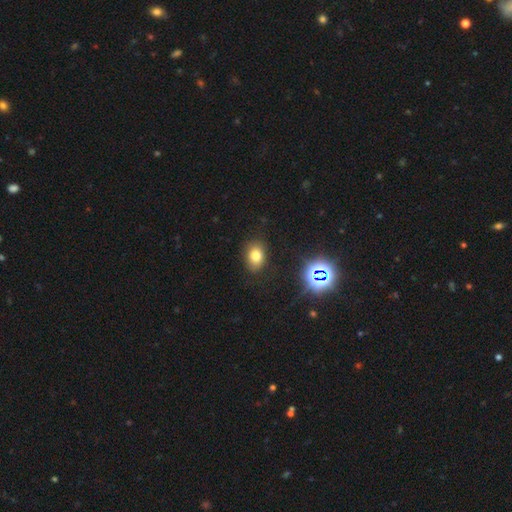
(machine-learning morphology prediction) Overall: smooth (75%). How rounded: in between (72%). Merging: none (83%).